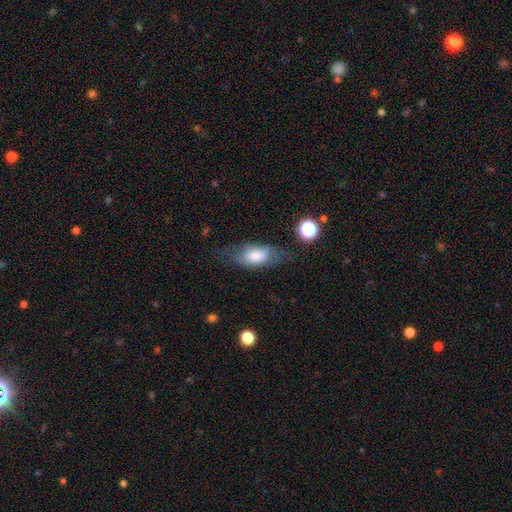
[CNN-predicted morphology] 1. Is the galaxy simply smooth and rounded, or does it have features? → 64% smooth, 28% featured or disk, 9% star or artifact.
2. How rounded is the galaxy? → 82% in between, 12% cigar-shaped, 6% round.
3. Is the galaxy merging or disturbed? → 58% none, 24% minor disturbance, 16% major disturbance, 3% merger.